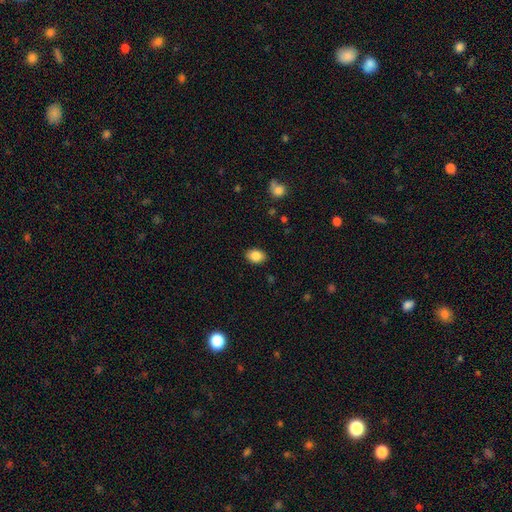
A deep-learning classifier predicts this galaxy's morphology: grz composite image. It shows a smooth galaxy with no disk features (86%) that is in between round and cigar-shaped (73%). Merging: none (88%).